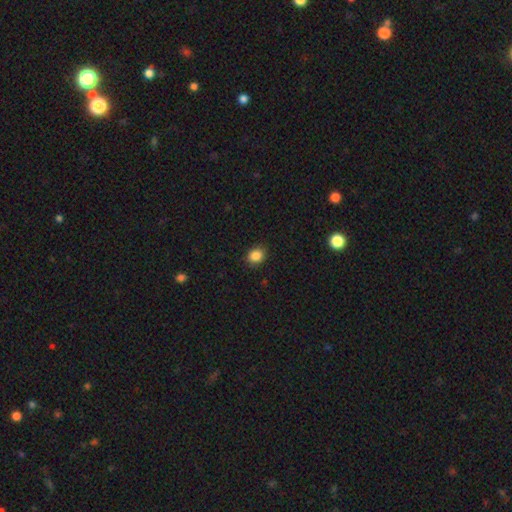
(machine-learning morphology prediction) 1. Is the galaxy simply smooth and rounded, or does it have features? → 86% smooth, 10% star or artifact, 3% featured or disk.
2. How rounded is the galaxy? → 59% round, 41% in between, 1% cigar-shaped.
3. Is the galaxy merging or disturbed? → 89% none, 8% minor disturbance, 2% major disturbance, 1% merger.